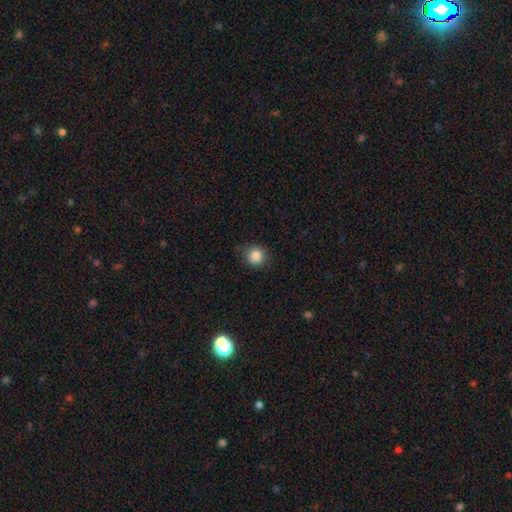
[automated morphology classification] Smooth or featured? smooth (85%)
How rounded? round (86%)
Merging? none (82%)